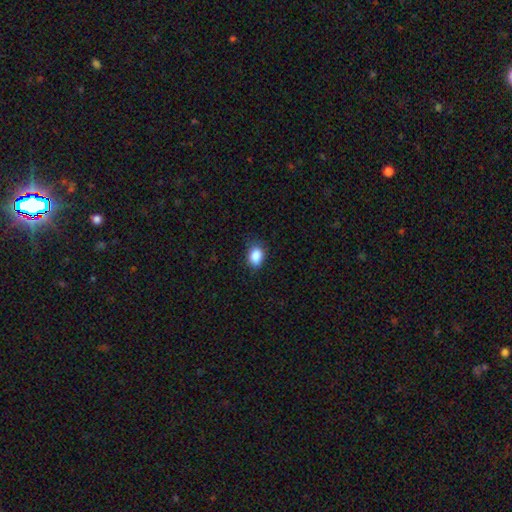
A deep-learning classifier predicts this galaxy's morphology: The model was most divided on "how rounded": in between: 73%, round: 25%, cigar-shaped: 1%. More confident: smooth or featured — smooth (87%); merging — none (75%).